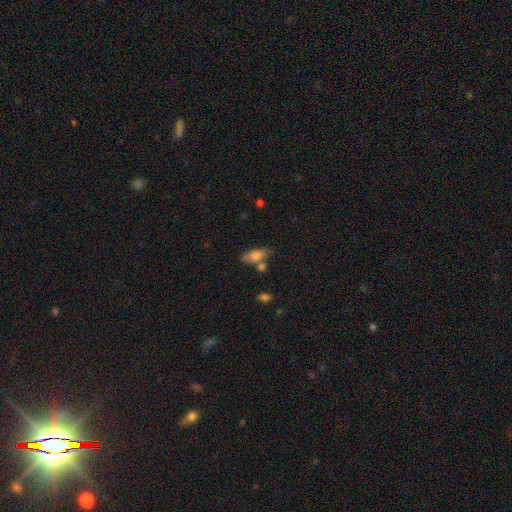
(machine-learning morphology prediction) smooth-or-featured: smooth: 75% | featured or disk: 17% | star or artifact: 8%
  how-rounded: in between: 76% | cigar-shaped: 20% | round: 4%
  merging: none: 58% | minor disturbance: 19% | merger: 18% | major disturbance: 6%